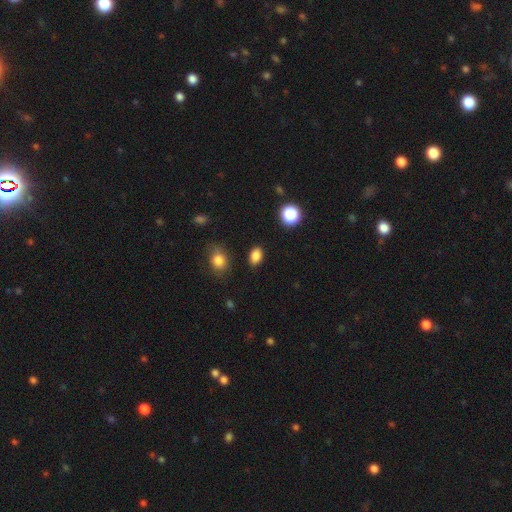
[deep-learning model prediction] Q: Smooth or featured?
A: smooth (85%); runner-up: star or artifact (11%)
Q: How rounded?
A: in between (80%); runner-up: round (18%)
Q: Merging?
A: none (87%); runner-up: minor disturbance (9%)